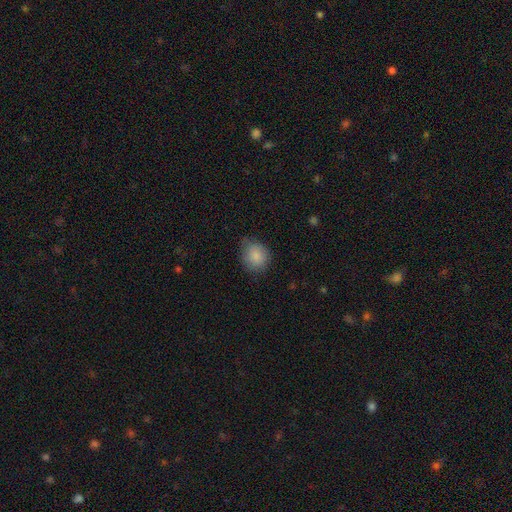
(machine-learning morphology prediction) smooth 86%, star or artifact 8%, featured or disk 6%. Down the decision tree: how rounded — round (70%); merging — none (68%).